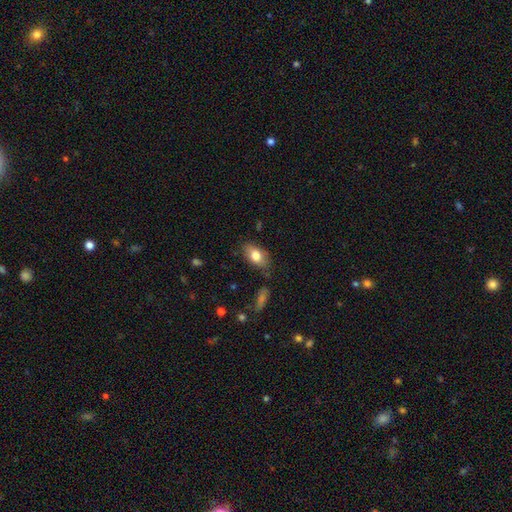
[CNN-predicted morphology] The model was most divided on "merging": none: 75%, minor disturbance: 18%, major disturbance: 4%, merger: 4%. More confident: how rounded — in between (89%); smooth or featured — smooth (78%).